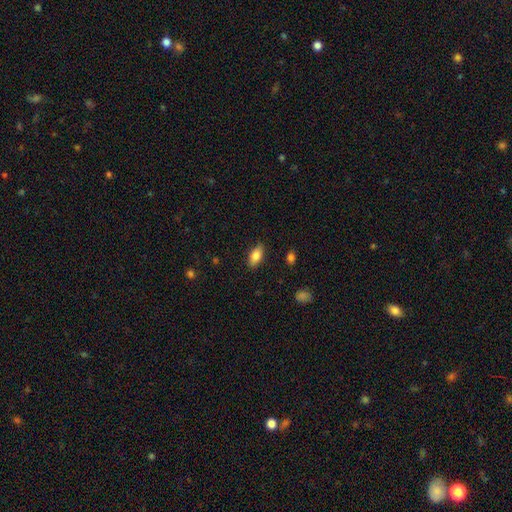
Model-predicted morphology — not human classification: Smooth or featured? Predicted: smooth (p=0.83). How rounded? Predicted: in between (p=0.89). Merging? Predicted: none (p=0.86).